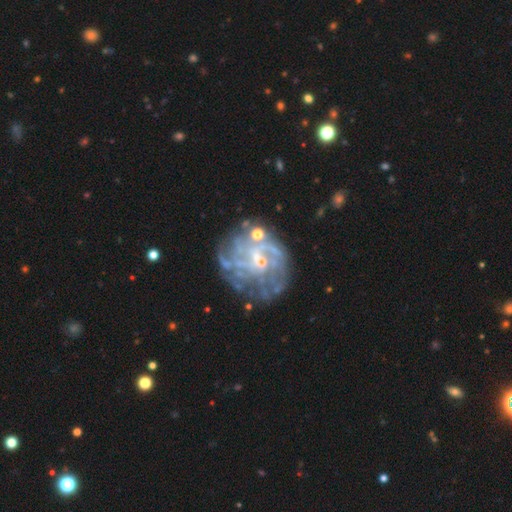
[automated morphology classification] This appears to be a featured or disk galaxy (81%) with no bar (53%), tight (47%) spiral arms (81%) and a small central bulge (72%). Merging: none (60%).